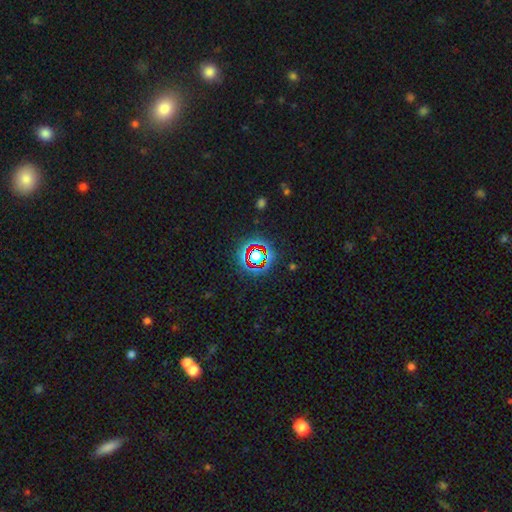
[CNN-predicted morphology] This appears to be a star or artifact, not a galaxy (70%).